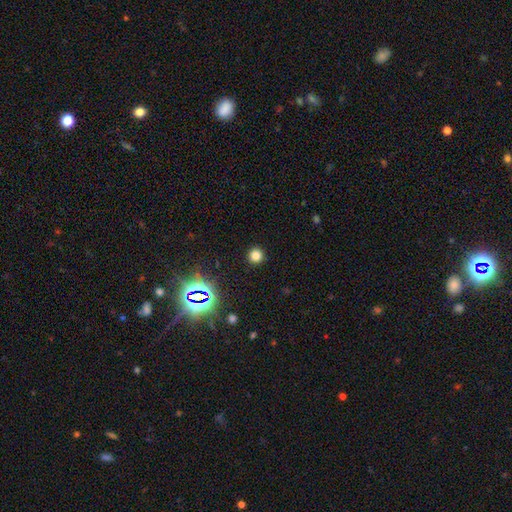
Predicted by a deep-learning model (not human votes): Smooth or featured?
  - smooth: 77% *
  - star or artifact: 18%
  - featured or disk: 5%
How rounded?
  - round: 94% *
  - in between: 5%
  - cigar-shaped: 1%
Merging?
  - none: 91% *
  - minor disturbance: 5%
  - major disturbance: 2%
  - merger: 1%